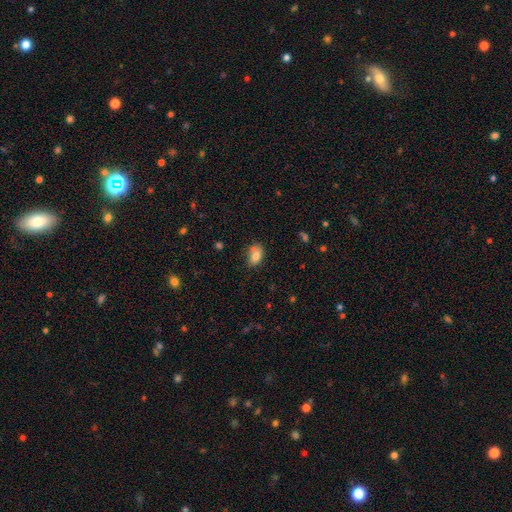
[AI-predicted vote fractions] This appears to be a smooth galaxy with no disk features (78%) that is in between round and cigar-shaped (82%). Merging: none (56%).